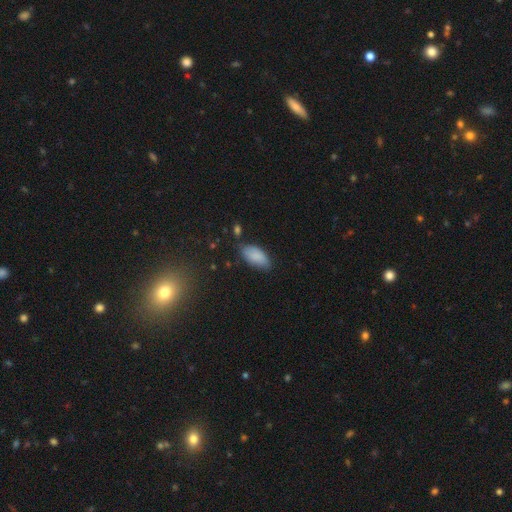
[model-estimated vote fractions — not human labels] smooth-or-featured: smooth: 87% | star or artifact: 7% | featured or disk: 7%
  how-rounded: in between: 92% | cigar-shaped: 6% | round: 2%
  merging: none: 71% | minor disturbance: 21% | major disturbance: 4% | merger: 3%